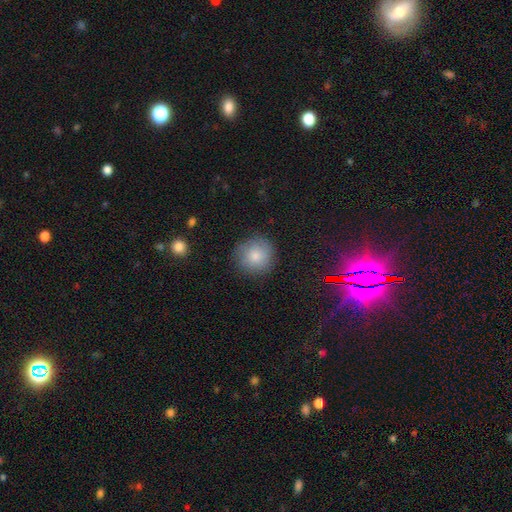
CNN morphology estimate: smooth_or_featured: smooth (p=0.81) [alt: featured or disk p=0.11]
how_rounded: round (p=0.93) [alt: in between p=0.06]
merging: none (p=0.83) [alt: minor disturbance p=0.12]